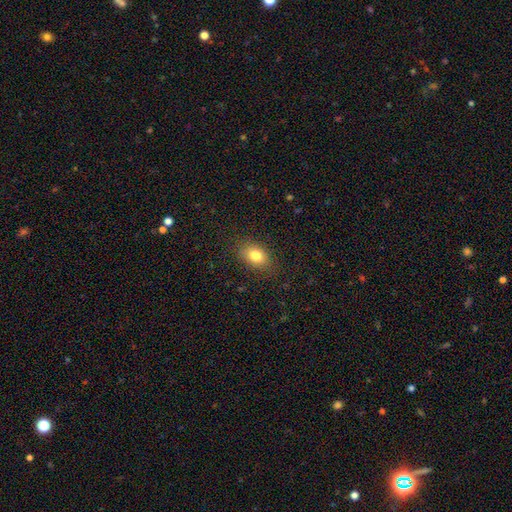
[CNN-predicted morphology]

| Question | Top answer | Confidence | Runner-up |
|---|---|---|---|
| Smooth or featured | smooth | 80% | star or artifact (10%) |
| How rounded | in between | 78% | round (21%) |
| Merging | none | 85% | minor disturbance (11%) |